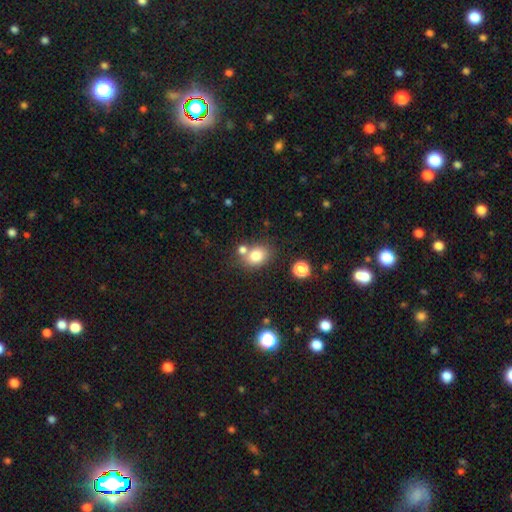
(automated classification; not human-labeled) This appears to be a smooth galaxy with no disk features (80%) that is in between round and cigar-shaped (52%). Merging: none (60%).